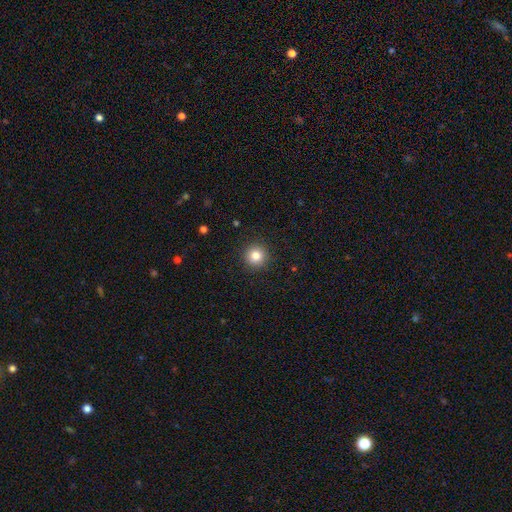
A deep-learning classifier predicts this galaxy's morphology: Smooth or featured: smooth — 83% (star or artifact — 11%)
How rounded: round — 95% (in between — 4%)
Merging: none — 92% (minor disturbance — 5%)